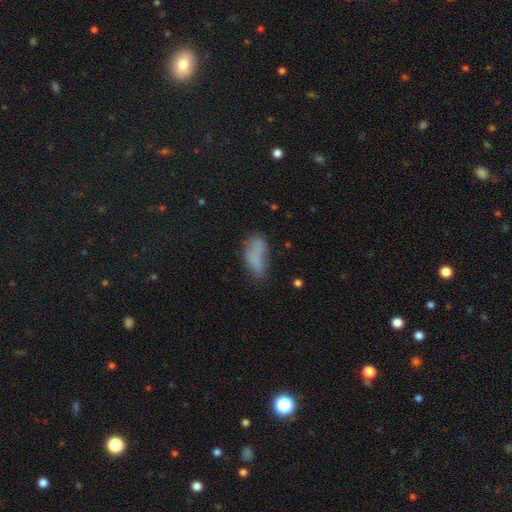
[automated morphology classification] smooth_or_featured: smooth (p=0.71) [alt: featured or disk p=0.17]
how_rounded: in between (p=0.87) [alt: cigar-shaped p=0.09]
merging: none (p=0.40) [alt: minor disturbance p=0.31]